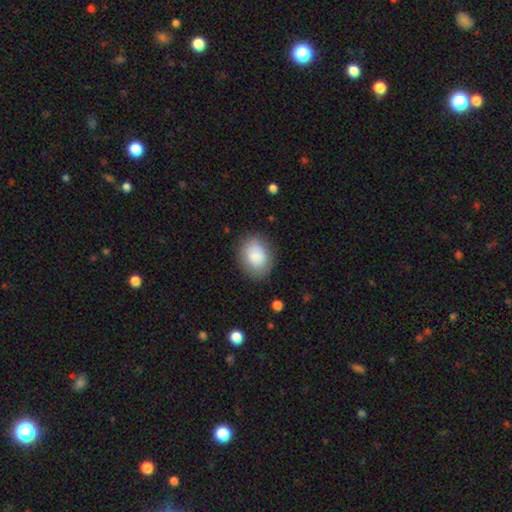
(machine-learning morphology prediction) This appears to be a smooth galaxy with no disk features (85%) that is in between round and cigar-shaped (59%). Merging: none (80%).